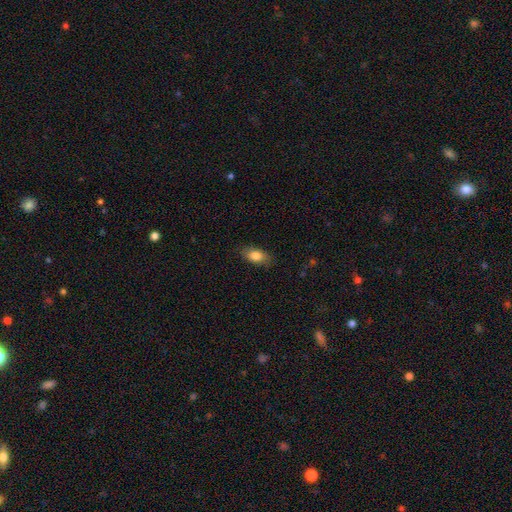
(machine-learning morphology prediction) A smooth galaxy with no disk features (83%) that is in between round and cigar-shaped (88%).

Vote fractions:
- Smooth or featured? smooth: 83% / featured or disk: 10% / star or artifact: 7%
- How rounded? in between: 88% / round: 6% / cigar-shaped: 5%
- Merging? none: 84% / minor disturbance: 13% / major disturbance: 3% / merger: 1%